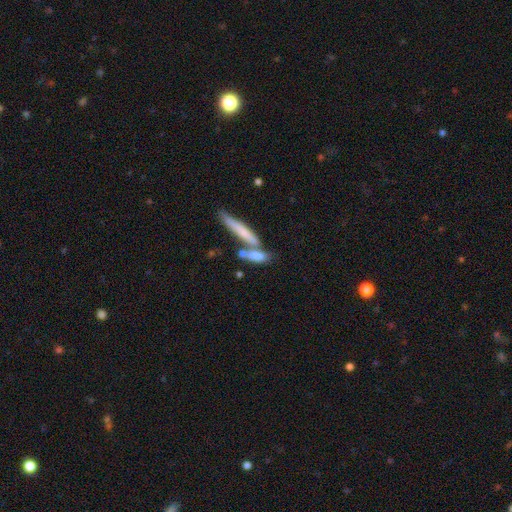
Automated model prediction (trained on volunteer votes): smooth 67%, featured or disk 25%, star or artifact 8%. Down the decision tree: how rounded — cigar-shaped (59%); merging — merger (43%).